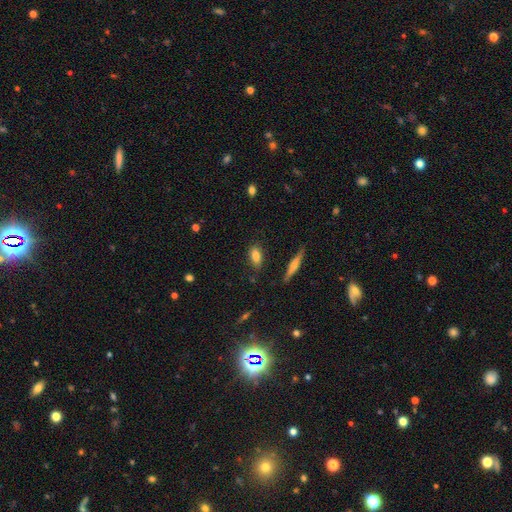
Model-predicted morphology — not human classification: The model was most divided on "merging": none: 79%, minor disturbance: 15%, major disturbance: 3%, merger: 3%. More confident: how rounded — in between (83%); smooth or featured — smooth (79%).